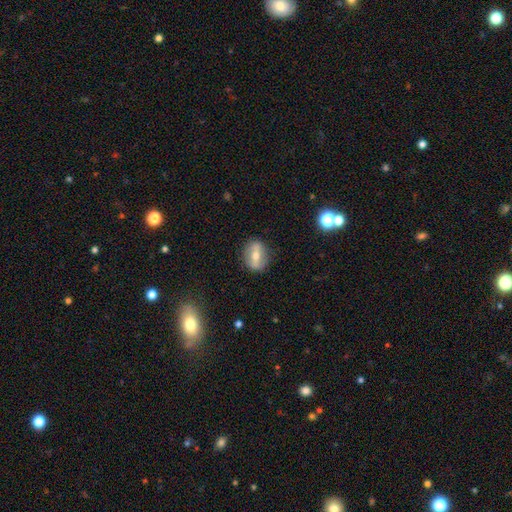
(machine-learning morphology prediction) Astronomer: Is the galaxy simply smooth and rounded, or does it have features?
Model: featured or disk — 50% (runner-up: smooth, 42%).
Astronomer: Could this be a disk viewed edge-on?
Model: no — 80%.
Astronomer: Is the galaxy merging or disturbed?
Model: none — 83%.